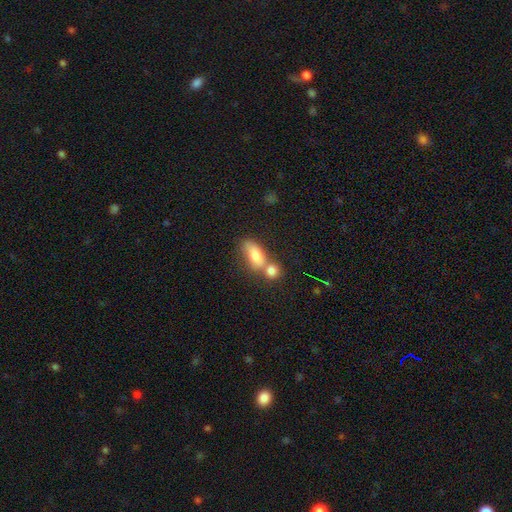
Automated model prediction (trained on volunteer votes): Smooth or featured?
  - smooth: 78% *
  - featured or disk: 13%
  - star or artifact: 8%
How rounded?
  - in between: 79% *
  - cigar-shaped: 12%
  - round: 9%
Merging?
  - merger: 52% *
  - none: 30%
  - minor disturbance: 12%
  - major disturbance: 7%